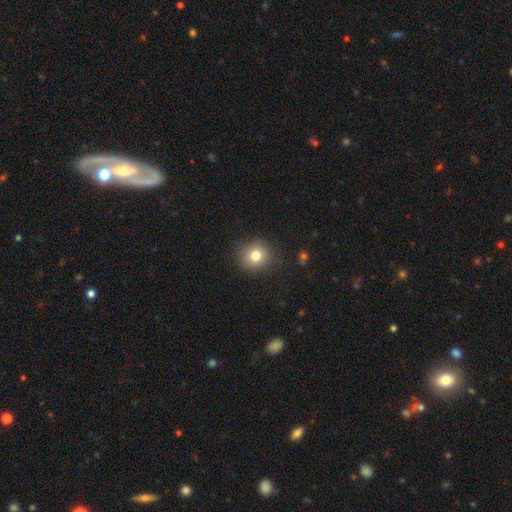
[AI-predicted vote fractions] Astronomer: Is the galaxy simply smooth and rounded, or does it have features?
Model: smooth — 80%.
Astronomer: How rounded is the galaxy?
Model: round — 86%.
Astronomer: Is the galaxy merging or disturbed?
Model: none — 86%.